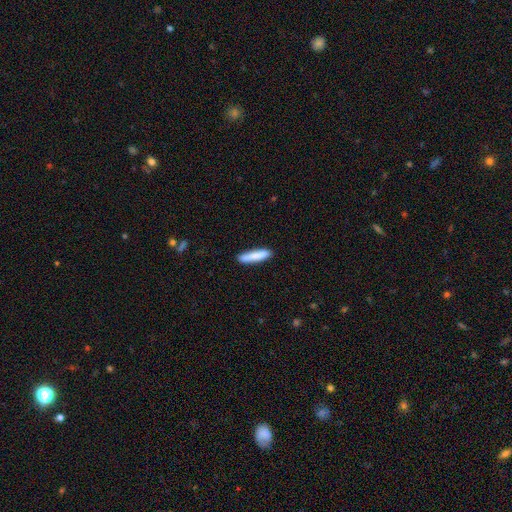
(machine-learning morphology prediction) This appears to be a smooth galaxy with no disk features (85%) that is cigar-shaped (87%). Merging: none (88%).